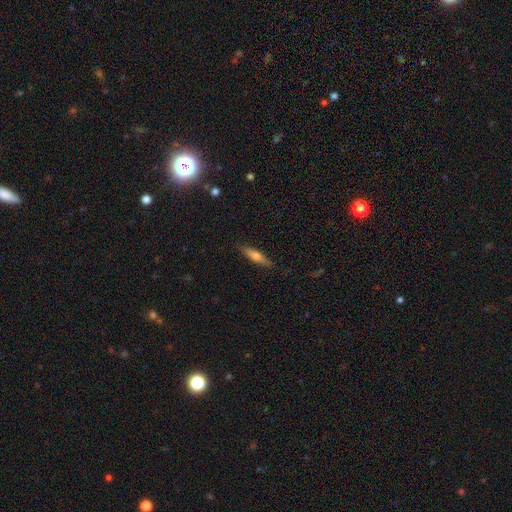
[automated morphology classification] Q: Smooth or featured?
A: smooth (55%); runner-up: featured or disk (38%)
Q: How rounded?
A: cigar-shaped (77%); runner-up: in between (21%)
Q: Merging?
A: none (86%); runner-up: minor disturbance (10%)